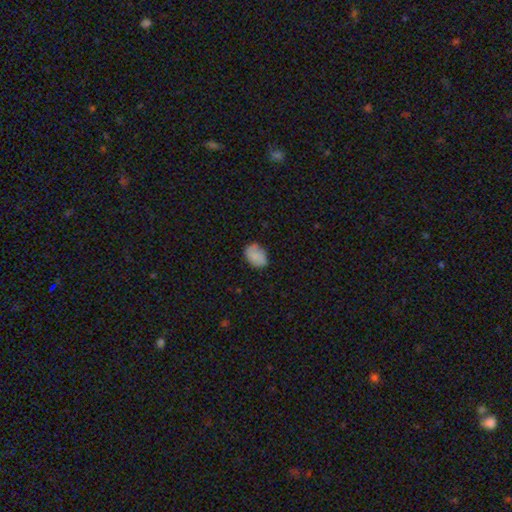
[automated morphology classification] Smooth or featured: smooth — 83% (featured or disk — 9%)
How rounded: in between — 75% (round — 24%)
Merging: none — 73% (minor disturbance — 22%)